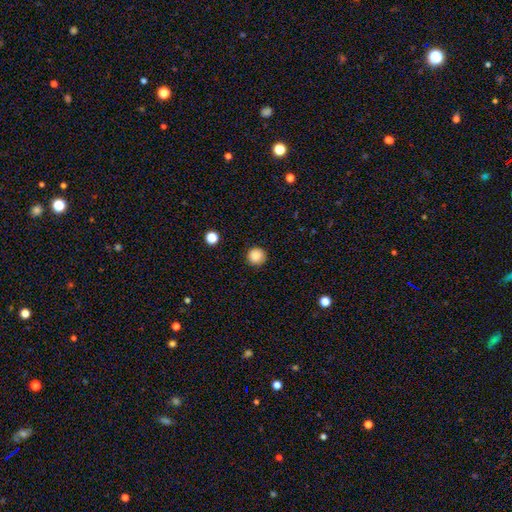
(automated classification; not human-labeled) Smooth or featured?
  - smooth: 87% *
  - star or artifact: 10%
  - featured or disk: 3%
How rounded?
  - round: 95% *
  - in between: 4%
  - cigar-shaped: 1%
Merging?
  - none: 90% *
  - minor disturbance: 6%
  - major disturbance: 2%
  - merger: 1%